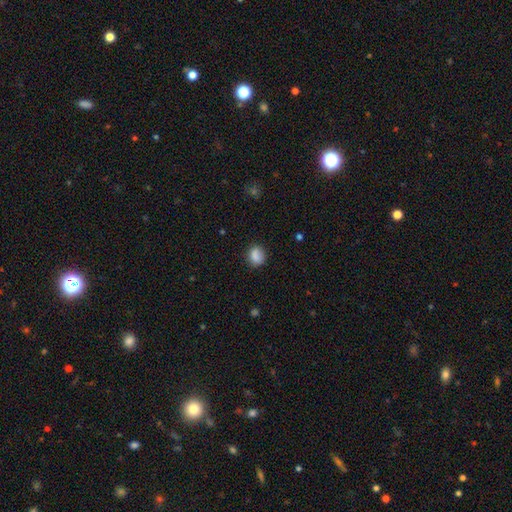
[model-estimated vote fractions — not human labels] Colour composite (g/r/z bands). It shows a smooth galaxy with no disk features (84%) that is round (63%). Merging: none (74%).